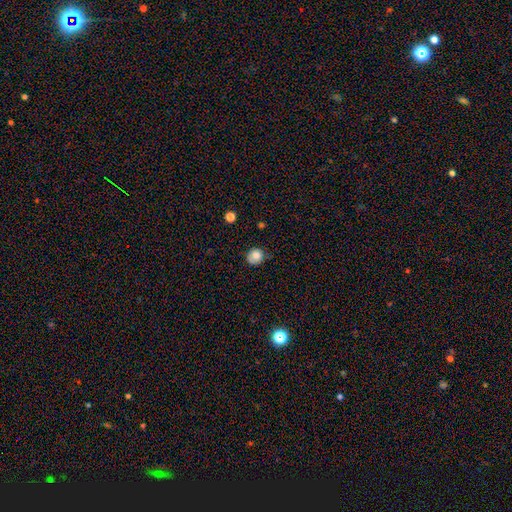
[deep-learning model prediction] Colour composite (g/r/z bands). It shows a smooth galaxy with no disk features (79%) that is round (80%). Merging: none (63%).